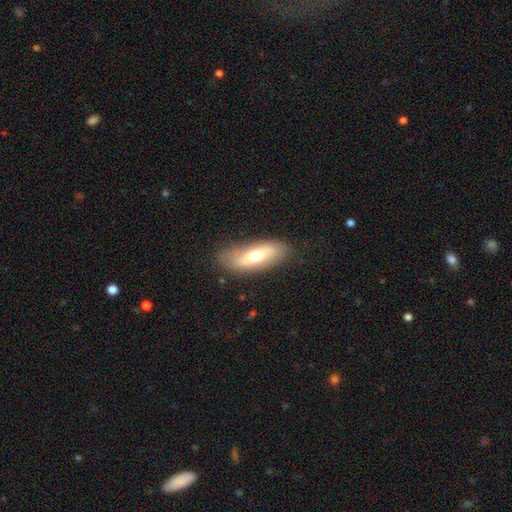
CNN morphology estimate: smooth_or_featured: smooth (p=0.56) [alt: featured or disk p=0.38]
how_rounded: in between (p=0.71) [alt: cigar-shaped p=0.26]
merging: none (p=0.79) [alt: minor disturbance p=0.16]